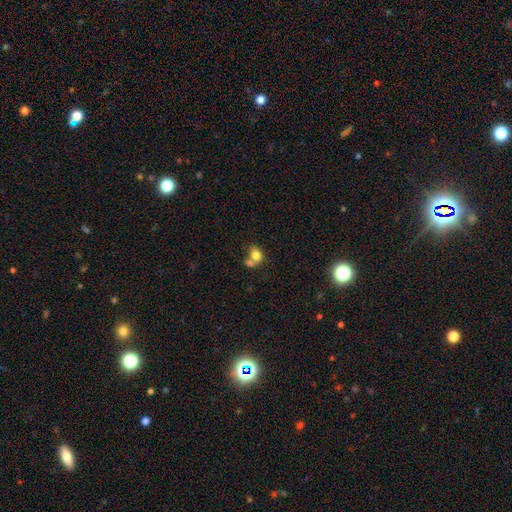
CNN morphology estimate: The model was most divided on "how rounded": in between: 53%, round: 46%, cigar-shaped: 1%. Remaining: smooth or featured — smooth (78%); merging — merger (49%).